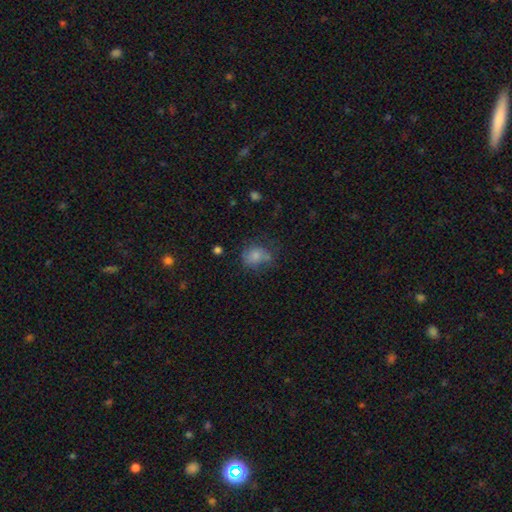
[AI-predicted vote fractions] Smooth or featured: smooth — 76% (featured or disk — 13%)
How rounded: round — 61% (in between — 38%)
Merging: none — 47% (minor disturbance — 28%)